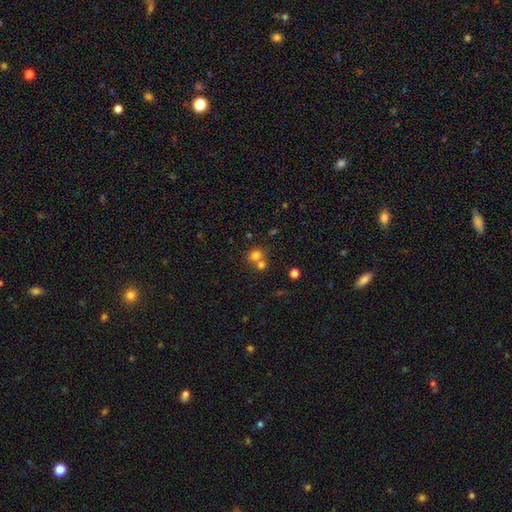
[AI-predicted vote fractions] A smooth galaxy with no disk features (74%) that is round (79%).

Vote fractions:
- Smooth or featured? smooth: 74% / star or artifact: 15% / featured or disk: 11%
- How rounded? round: 79% / in between: 20% / cigar-shaped: 1%
- Merging? none: 46% / merger: 45% / minor disturbance: 7% / major disturbance: 3%